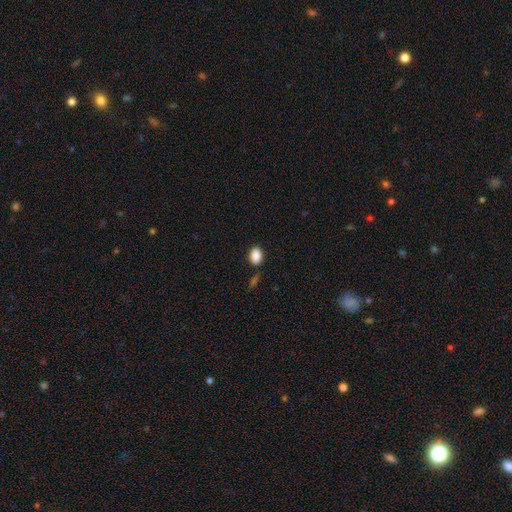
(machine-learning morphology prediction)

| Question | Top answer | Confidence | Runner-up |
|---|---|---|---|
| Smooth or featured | smooth | 89% | star or artifact (8%) |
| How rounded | in between | 76% | round (23%) |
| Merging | none | 79% | minor disturbance (12%) |